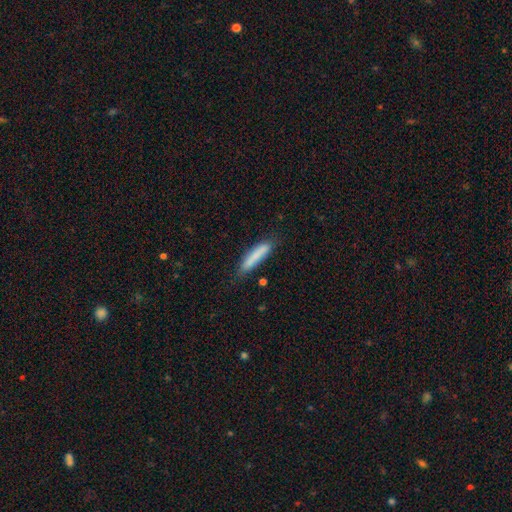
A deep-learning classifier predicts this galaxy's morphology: Q: Smooth or featured?
A: smooth (82%); runner-up: featured or disk (12%)
Q: How rounded?
A: cigar-shaped (87%); runner-up: in between (12%)
Q: Merging?
A: none (77%); runner-up: minor disturbance (17%)